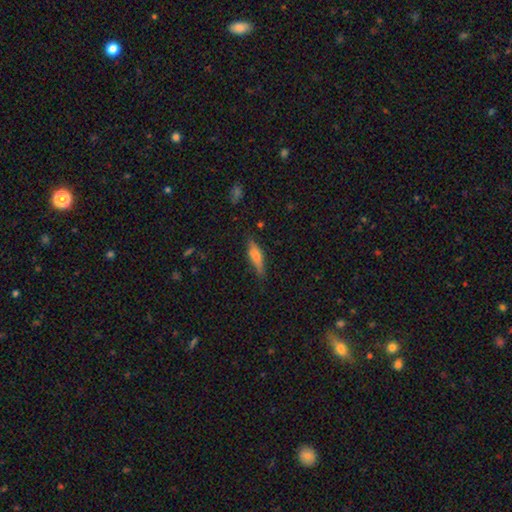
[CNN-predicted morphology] This is possibly a smooth galaxy (59%). How rounded: possibly cigar-shaped (60%). Merging: likely none (75%).